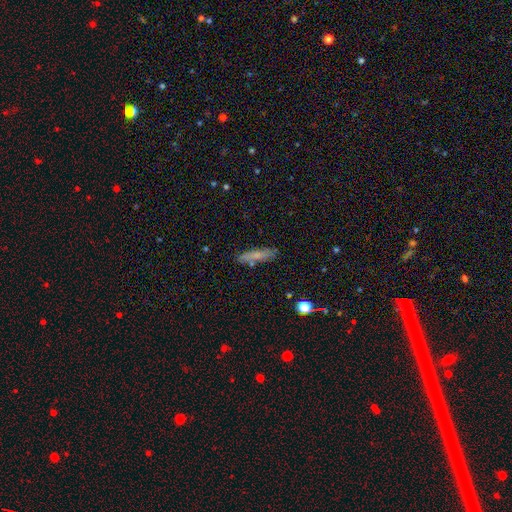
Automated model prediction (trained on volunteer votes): Q: Smooth or featured?
A: smooth (66%); runner-up: featured or disk (26%)
Q: How rounded?
A: cigar-shaped (77%); runner-up: in between (21%)
Q: Merging?
A: none (80%); runner-up: minor disturbance (13%)